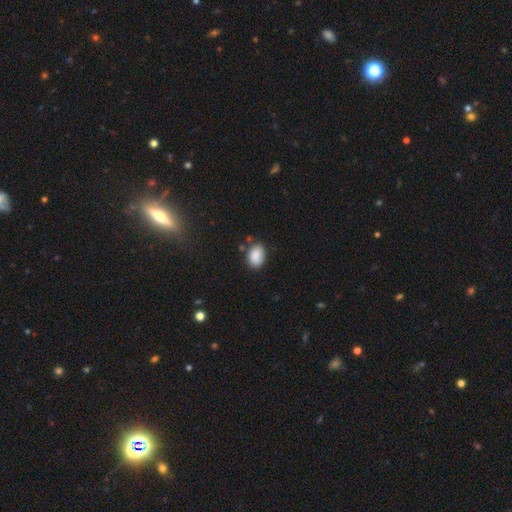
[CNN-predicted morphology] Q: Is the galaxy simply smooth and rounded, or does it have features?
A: smooth — 88%.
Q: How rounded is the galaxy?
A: in between — 76%.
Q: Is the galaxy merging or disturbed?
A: none — 79%.